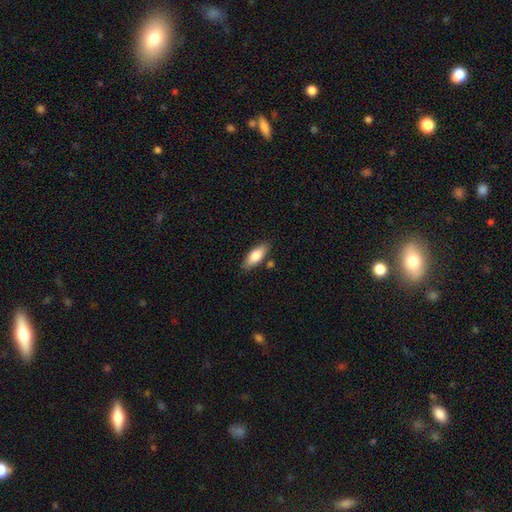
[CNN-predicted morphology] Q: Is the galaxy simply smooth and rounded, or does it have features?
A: smooth — 78%.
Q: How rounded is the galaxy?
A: in between — 74%.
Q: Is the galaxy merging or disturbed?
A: none — 82%.